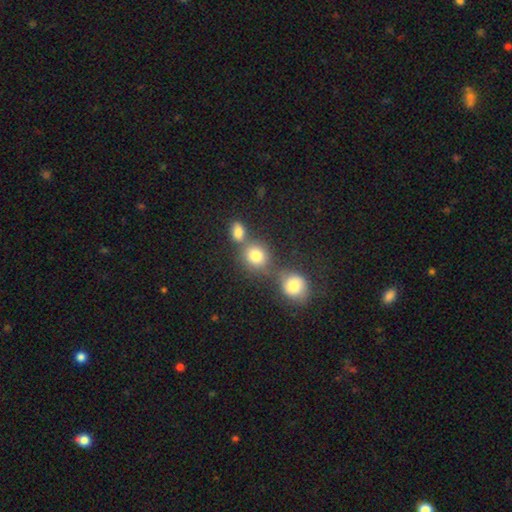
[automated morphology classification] smooth-or-featured: smooth: 79% | star or artifact: 13% | featured or disk: 8%
  how-rounded: round: 78% | in between: 21% | cigar-shaped: 1%
  merging: none: 49% | merger: 37% | minor disturbance: 9% | major disturbance: 5%